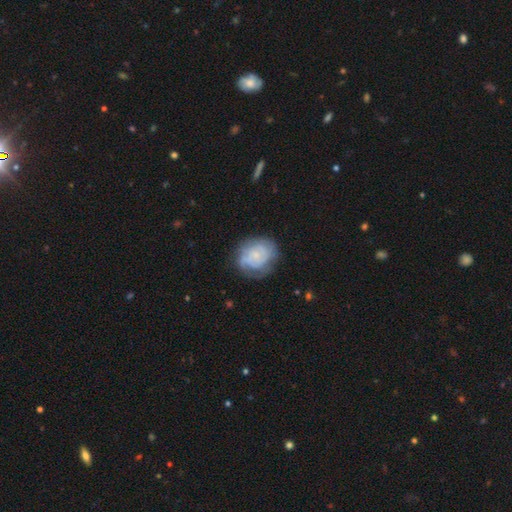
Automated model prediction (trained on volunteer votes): Smooth or featured?
  - featured or disk: 57% *
  - smooth: 35%
  - star or artifact: 8%
Edge-on disk?
  - no: 98% *
  - yes: 2%
Bar?
  - no: 79% *
  - weak: 18%
  - strong: 3%
Spiral arms?
  - yes: 78% *
  - no: 22%
Bulge size?
  - small: 67% *
  - none: 16%
  - moderate: 14%
  - large: 2%
  - dominant: 1%
Merging?
  - none: 65% *
  - minor disturbance: 22%
  - major disturbance: 11%
  - merger: 2%